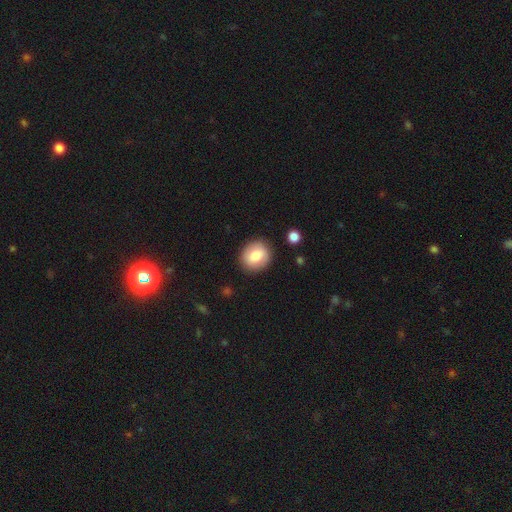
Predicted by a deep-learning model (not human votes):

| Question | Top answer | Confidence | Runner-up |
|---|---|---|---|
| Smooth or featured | smooth | 77% | featured or disk (16%) |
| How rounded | round | 73% | in between (26%) |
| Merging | none | 87% | minor disturbance (9%) |